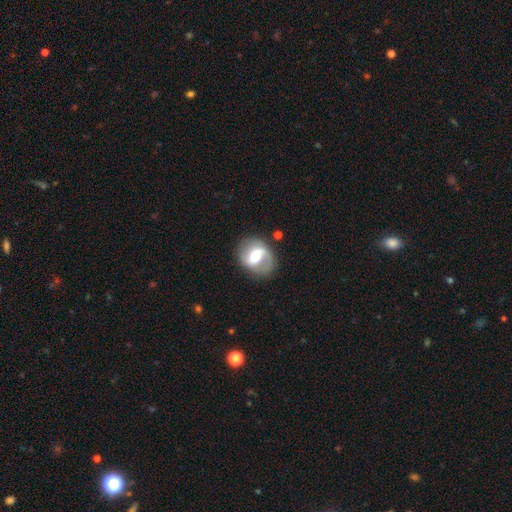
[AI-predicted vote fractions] Morphology: type=featured or disk (70%); edge-on=no (97%); bar=weak (43%); spiral arms=yes (81%); winding=medium (44%); arm count=2 (80%); bulge=moderate (64%); merging=none (76%).